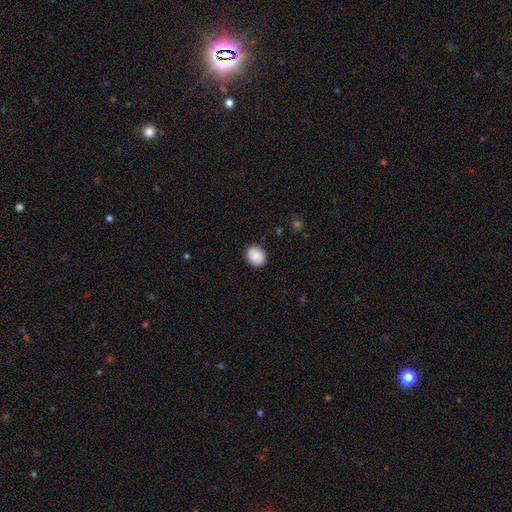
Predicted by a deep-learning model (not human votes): Smooth or featured?
  - smooth: 87% *
  - star or artifact: 7%
  - featured or disk: 6%
How rounded?
  - round: 71% *
  - in between: 28%
  - cigar-shaped: 1%
Merging?
  - none: 88% *
  - minor disturbance: 9%
  - major disturbance: 2%
  - merger: 1%